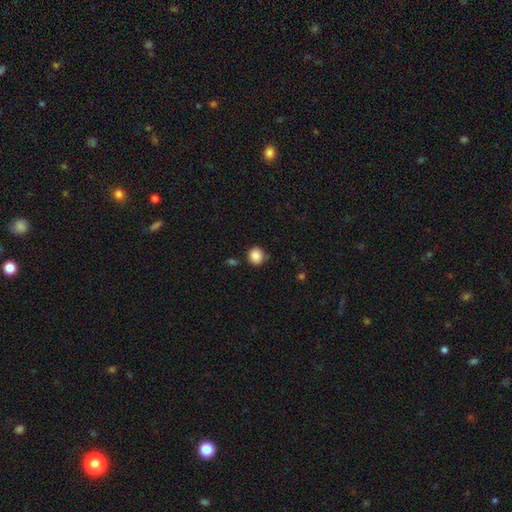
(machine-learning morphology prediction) This appears to be a smooth galaxy with no disk features (87%) that is round (88%). Merging: none (81%).